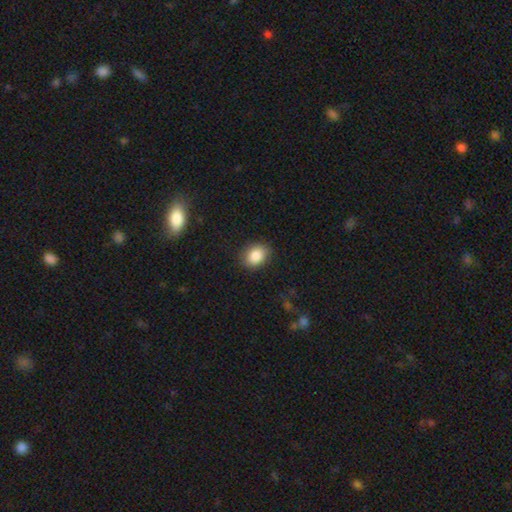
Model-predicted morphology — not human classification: Smooth or featured? smooth (85%)
How rounded? in between (58%)
Merging? none (85%)